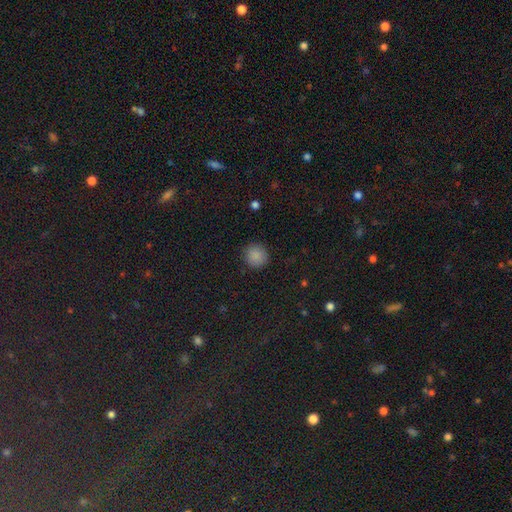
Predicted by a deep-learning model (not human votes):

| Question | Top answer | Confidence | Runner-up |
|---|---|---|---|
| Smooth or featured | smooth | 86% | star or artifact (10%) |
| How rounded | round | 94% | in between (5%) |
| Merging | none | 90% | minor disturbance (7%) |